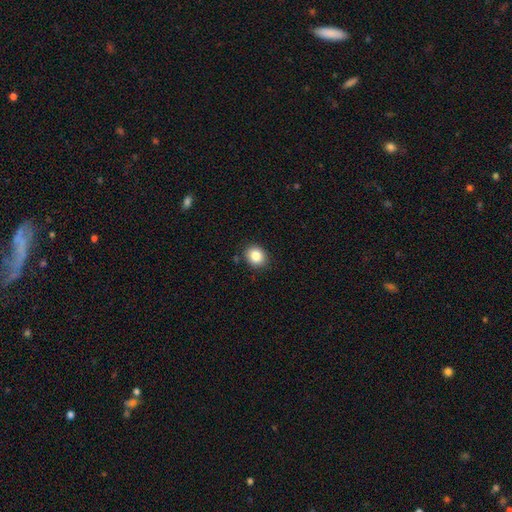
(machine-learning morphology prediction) type=smooth (84%); roundness=round (64%); merging=none (88%).